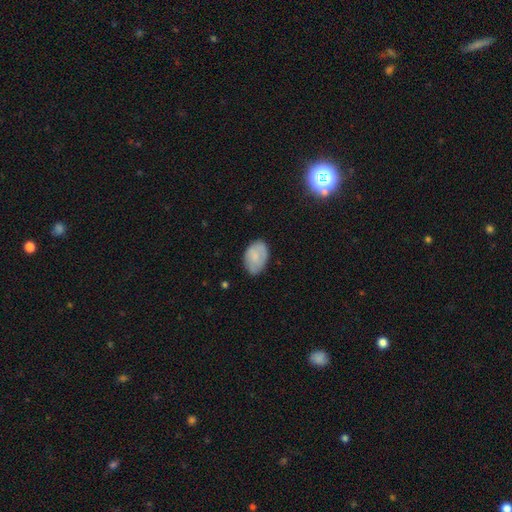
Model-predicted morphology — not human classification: This appears to be a smooth galaxy with no disk features (72%) that is in between round and cigar-shaped (88%). Merging: none (74%).